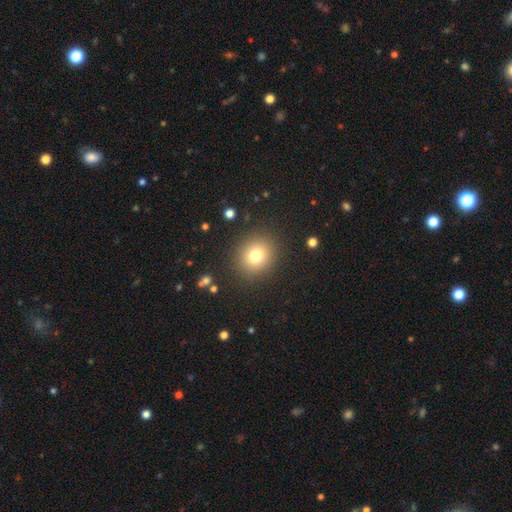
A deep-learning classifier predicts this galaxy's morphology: Q: Smooth or featured?
A: smooth (75%); runner-up: star or artifact (14%)
Q: How rounded?
A: round (85%); runner-up: in between (14%)
Q: Merging?
A: none (88%); runner-up: minor disturbance (7%)